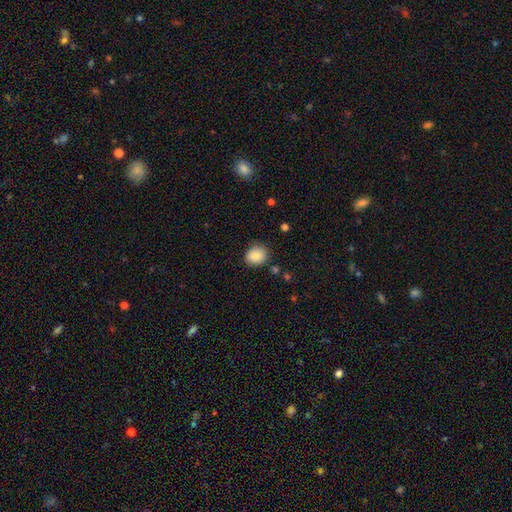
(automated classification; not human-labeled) smooth 85%, star or artifact 9%, featured or disk 6%. Down the decision tree: how rounded — round (67%); merging — none (85%).